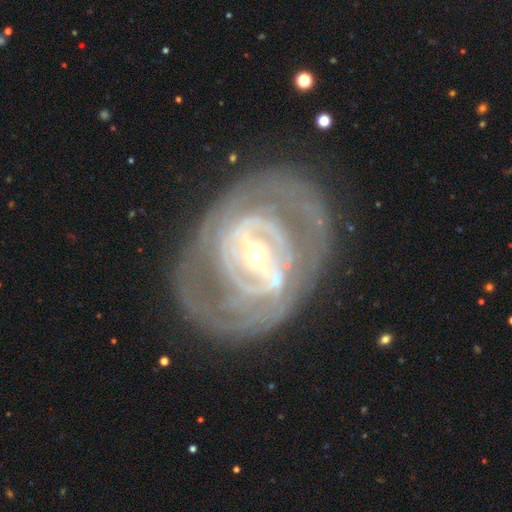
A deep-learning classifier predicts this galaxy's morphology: smooth_or_featured: featured or disk (p=0.87) [alt: smooth p=0.07]
disk_edge_on: no (p=0.95) [alt: yes p=0.05]
bar: strong (p=0.55) [alt: weak p=0.31]
has_spiral_arms: yes (p=0.84) [alt: no p=0.16]
spiral_winding: tight (p=0.63) [alt: medium p=0.29]
spiral_arm_count: 2 (p=0.40) [alt: can't tell p=0.31]
bulge_size: small (p=0.73) [alt: moderate p=0.22]
merging: none (p=0.71) [alt: minor disturbance p=0.15]